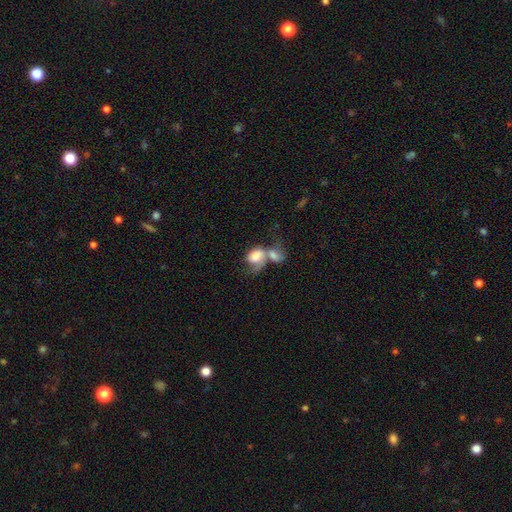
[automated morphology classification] Smooth or featured: smooth — 62% (featured or disk — 30%)
How rounded: in between — 62% (round — 36%)
Merging: merger — 72% (major disturbance — 12%)